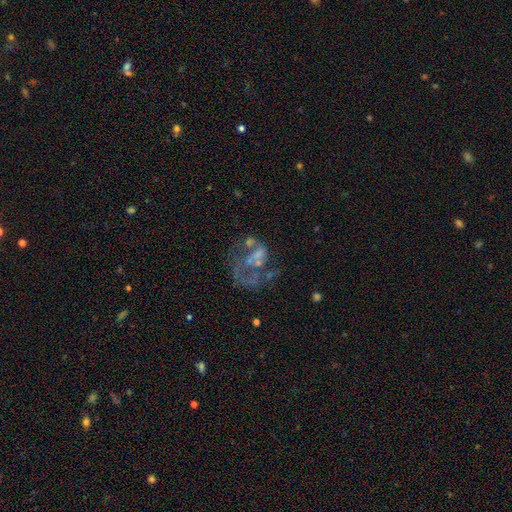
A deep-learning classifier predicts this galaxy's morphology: featured or disk 62%, smooth 23%, star or artifact 15%. Down the decision tree: edge-on disk — no (98%); bar — no (89%); spiral arms — no (84%); bulge size — none (68%); merging — major disturbance (40%).